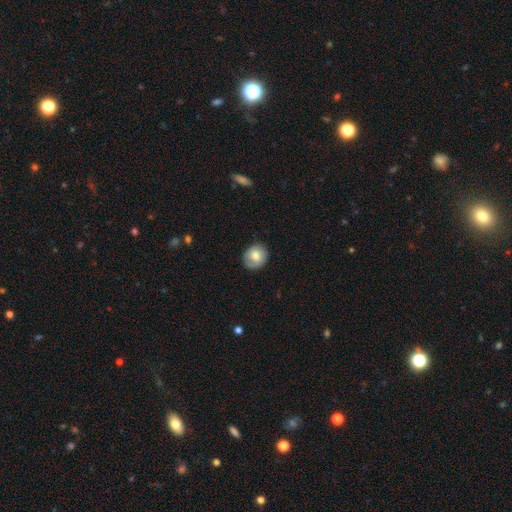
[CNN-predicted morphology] This appears to be a smooth galaxy with no disk features (74%) that is round (79%). Merging: none (79%).